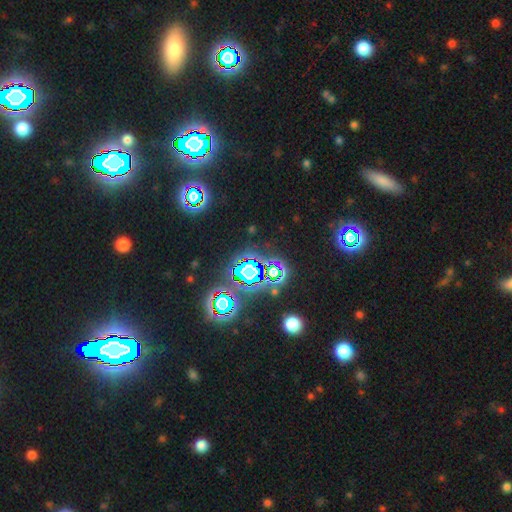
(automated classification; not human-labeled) Smooth or featured? Predicted: star or artifact (p=0.75).